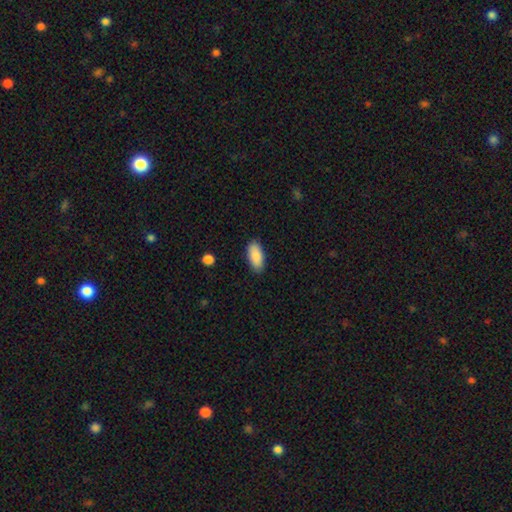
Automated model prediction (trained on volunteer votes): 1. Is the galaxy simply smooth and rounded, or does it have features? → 89% smooth, 6% star or artifact, 5% featured or disk.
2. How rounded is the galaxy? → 89% in between, 9% cigar-shaped, 2% round.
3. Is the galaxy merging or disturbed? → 87% none, 10% minor disturbance, 2% major disturbance, 1% merger.